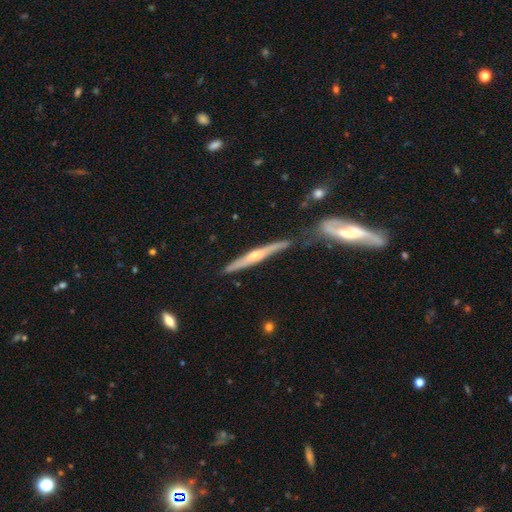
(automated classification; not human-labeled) This is likely a featured or disk galaxy (74%). It is clearly viewed edge-on (94%). Edge-on bulge: clearly rounded (81%). Merging: likely none (68%).